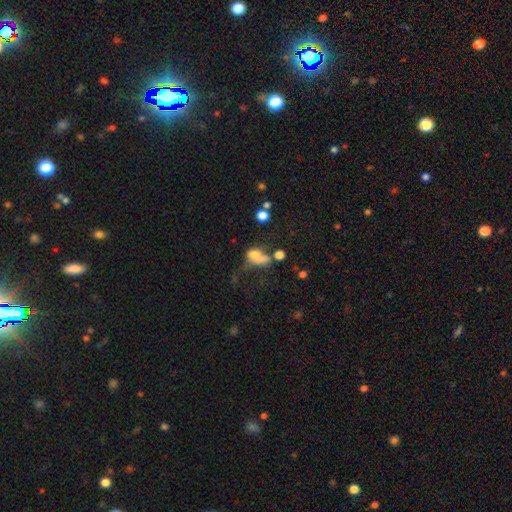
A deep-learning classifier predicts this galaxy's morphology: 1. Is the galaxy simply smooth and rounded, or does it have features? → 60% smooth, 24% featured or disk, 16% star or artifact.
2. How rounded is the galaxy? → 68% in between, 28% round, 4% cigar-shaped.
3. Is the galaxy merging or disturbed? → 37% merger, 31% major disturbance, 18% none, 15% minor disturbance.